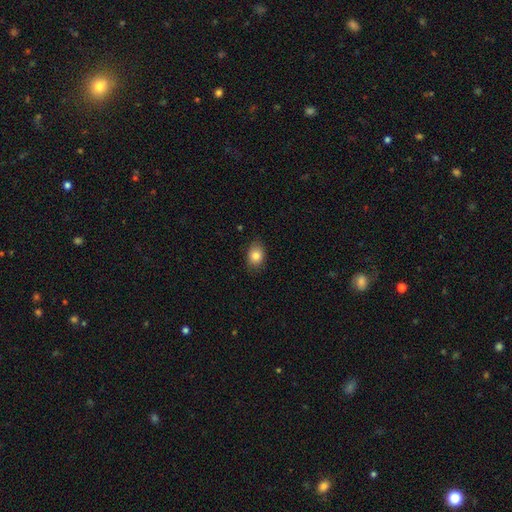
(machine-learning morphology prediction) The model was most divided on "how rounded": in between: 67%, round: 32%, cigar-shaped: 1%. More confident: smooth or featured — smooth (84%); merging — none (83%).